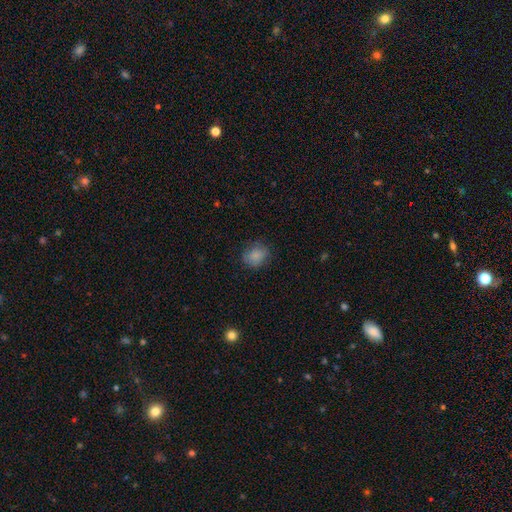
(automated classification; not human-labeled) Morphology: type=smooth (84%); roundness=round (63%); merging=none (77%).